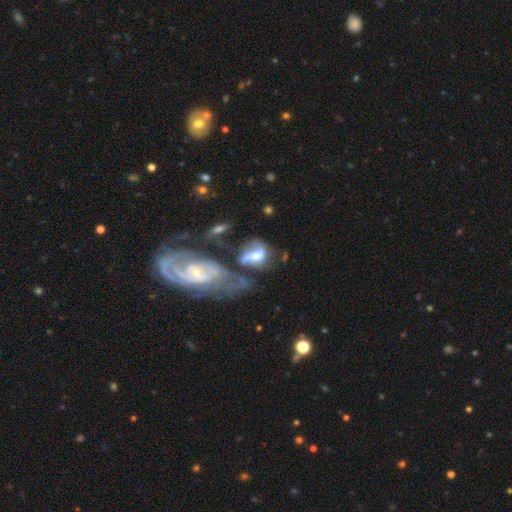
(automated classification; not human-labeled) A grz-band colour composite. It shows a featured or disk galaxy (64%) with no bar (40%), spiral arms (79%) and a moderate central bulge (57%). Merging: merger (37%).